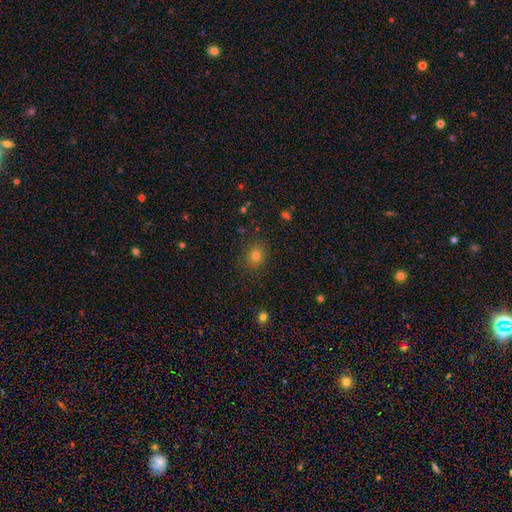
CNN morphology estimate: smooth-or-featured: smooth: 75% | star or artifact: 18% | featured or disk: 7%
  how-rounded: round: 65% | in between: 34% | cigar-shaped: 1%
  merging: none: 87% | minor disturbance: 9% | major disturbance: 3% | merger: 1%